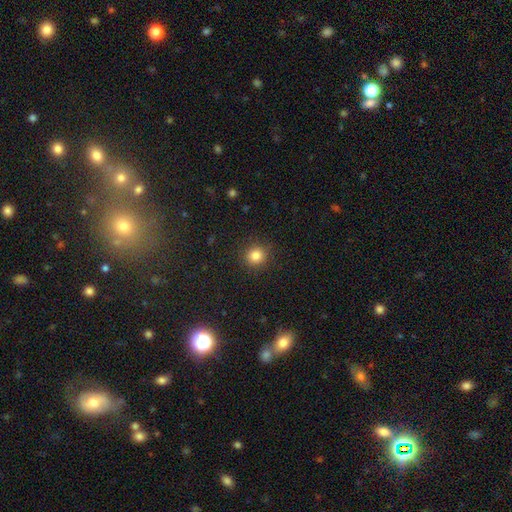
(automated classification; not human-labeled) smooth_or_featured: smooth (p=0.83) [alt: star or artifact p=0.12]
how_rounded: round (p=0.90) [alt: in between p=0.09]
merging: none (p=0.90) [alt: minor disturbance p=0.06]